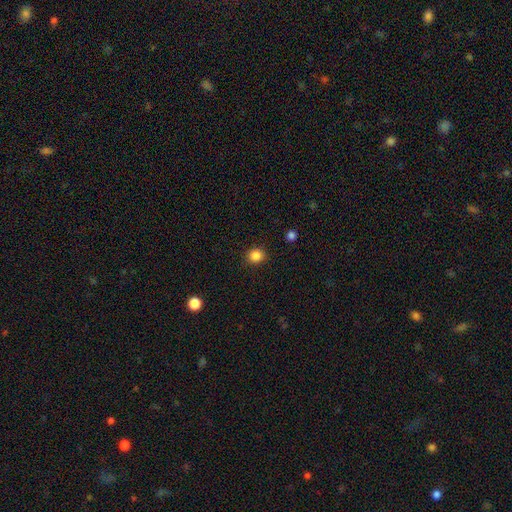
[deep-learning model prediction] smooth-or-featured: smooth: 85% | star or artifact: 11% | featured or disk: 4%
  how-rounded: round: 84% | in between: 16% | cigar-shaped: 1%
  merging: none: 90% | minor disturbance: 7% | major disturbance: 2% | merger: 1%